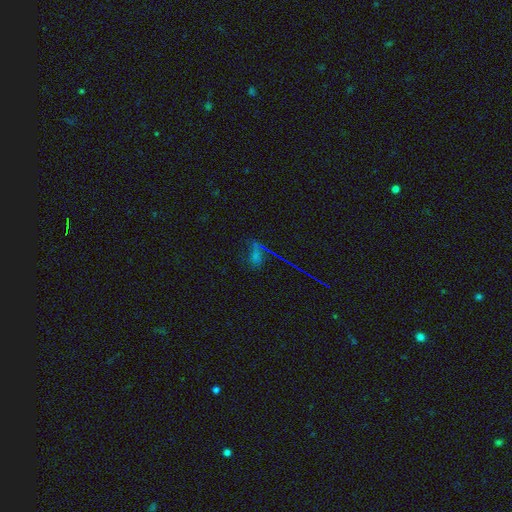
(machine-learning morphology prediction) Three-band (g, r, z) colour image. It shows a star or artifact, not a galaxy (52%).